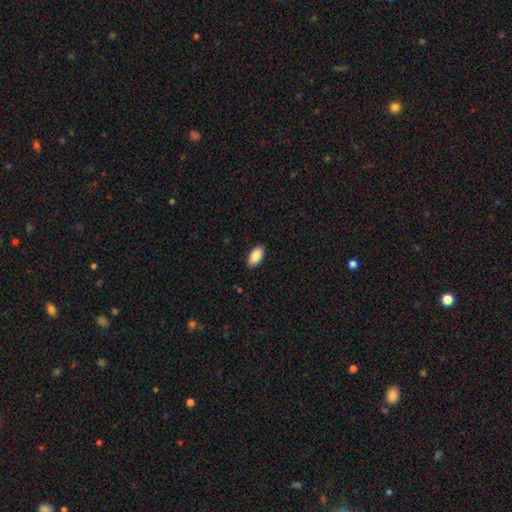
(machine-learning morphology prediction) A smooth galaxy with no disk features (89%) that is in between round and cigar-shaped (94%).

Vote fractions:
- Smooth or featured? smooth: 89% / star or artifact: 6% / featured or disk: 5%
- How rounded? in between: 94% / cigar-shaped: 3% / round: 2%
- Merging? none: 89% / minor disturbance: 9% / major disturbance: 2% / merger: 1%